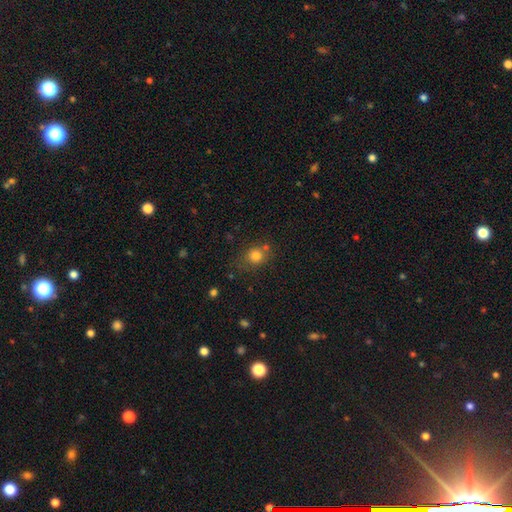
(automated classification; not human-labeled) This is likely a smooth galaxy (79%). How rounded: likely round (75%). Merging: likely none (64%).